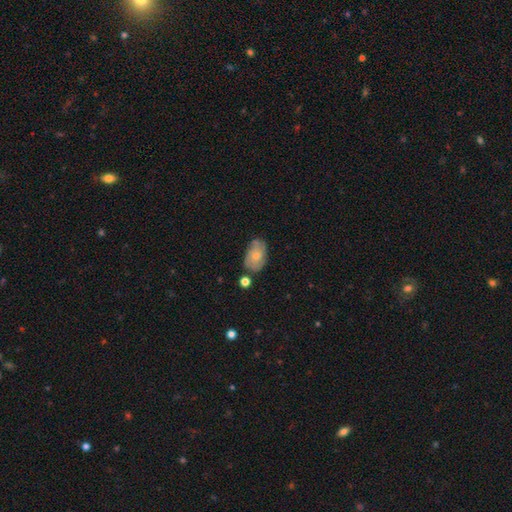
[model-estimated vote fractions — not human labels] Morphology: type=smooth (52%); roundness=in between (87%); merging=none (60%).